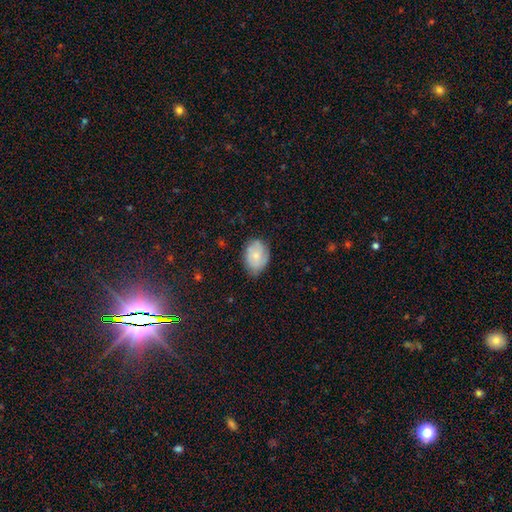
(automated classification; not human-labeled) A smooth galaxy with no disk features (62%) that is in between round and cigar-shaped (78%).

Vote fractions:
- Smooth or featured? smooth: 62% / featured or disk: 31% / star or artifact: 7%
- How rounded? in between: 78% / round: 20% / cigar-shaped: 1%
- Merging? none: 68% / minor disturbance: 25% / major disturbance: 6% / merger: 1%